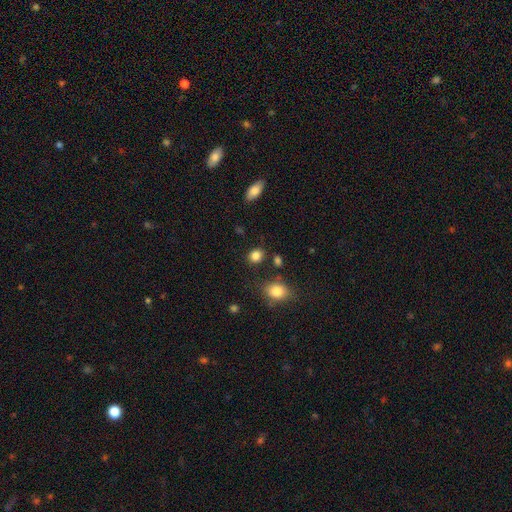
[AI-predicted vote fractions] Q: Smooth or featured?
A: smooth (85%); runner-up: star or artifact (10%)
Q: How rounded?
A: round (61%); runner-up: in between (38%)
Q: Merging?
A: none (83%); runner-up: minor disturbance (10%)